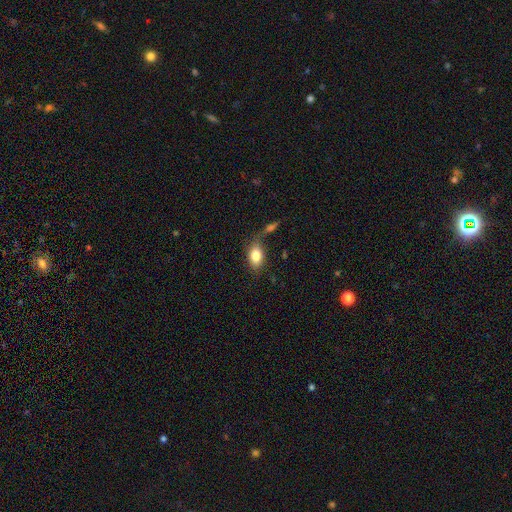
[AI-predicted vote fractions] smooth_or_featured: smooth (p=0.82) [alt: featured or disk p=0.11]
how_rounded: in between (p=0.85) [alt: round p=0.12]
merging: none (p=0.52) [alt: merger p=0.21]